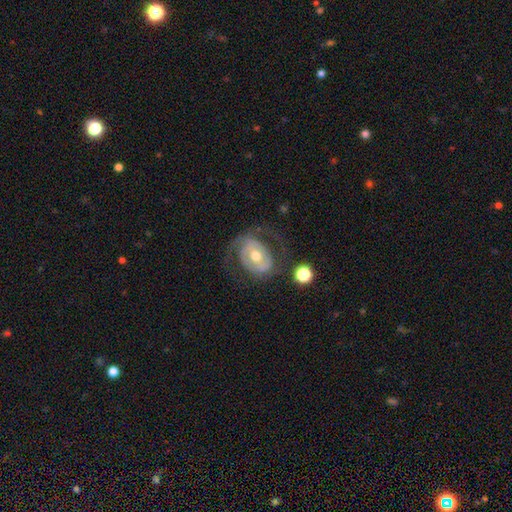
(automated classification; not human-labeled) This is likely a featured or disk galaxy (73%). It is clearly not viewed edge-on (96%). Bar: marginally no (38%). Spiral arm pattern: likely yes (69%). Central bulge: likely moderate (73%). Merging: possibly none (60%).